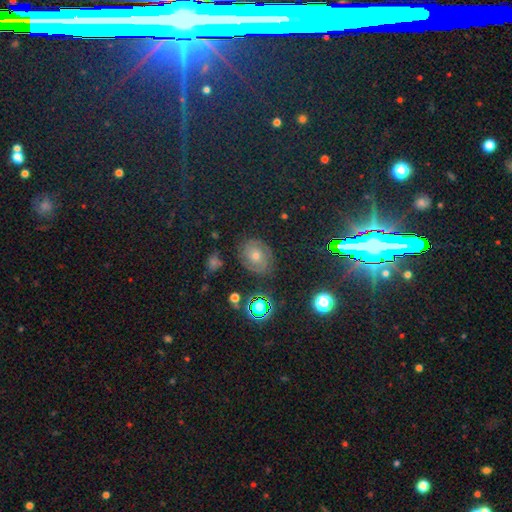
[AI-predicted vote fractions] smooth-or-featured: featured or disk: 46% | star or artifact: 31% | smooth: 23%
  merging: none: 79% | minor disturbance: 14% | major disturbance: 6% | merger: 2%